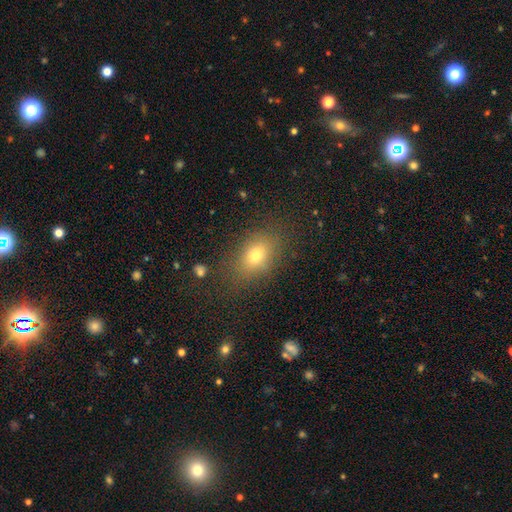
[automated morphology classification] Q: Smooth or featured?
A: smooth (73%); runner-up: star or artifact (14%)
Q: How rounded?
A: in between (76%); runner-up: round (21%)
Q: Merging?
A: none (80%); runner-up: minor disturbance (12%)